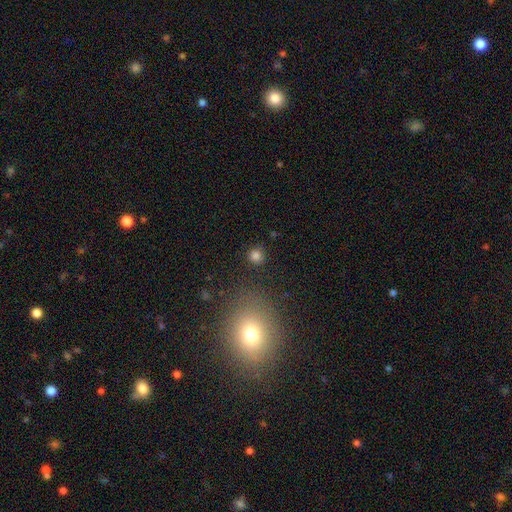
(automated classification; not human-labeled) Q: Smooth or featured?
A: smooth (81%); runner-up: star or artifact (15%)
Q: How rounded?
A: round (92%); runner-up: in between (7%)
Q: Merging?
A: none (89%); runner-up: minor disturbance (6%)